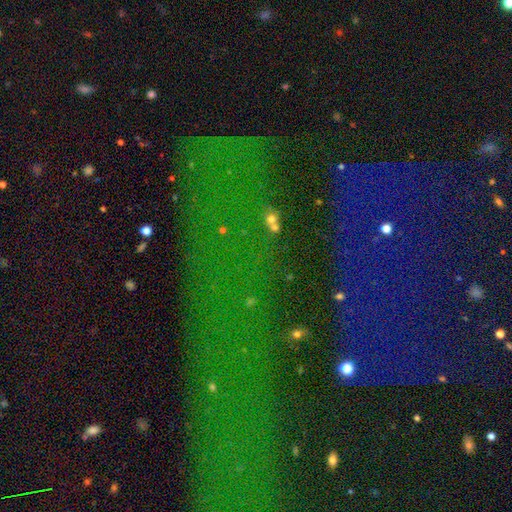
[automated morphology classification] Smooth or featured? star or artifact (77%)